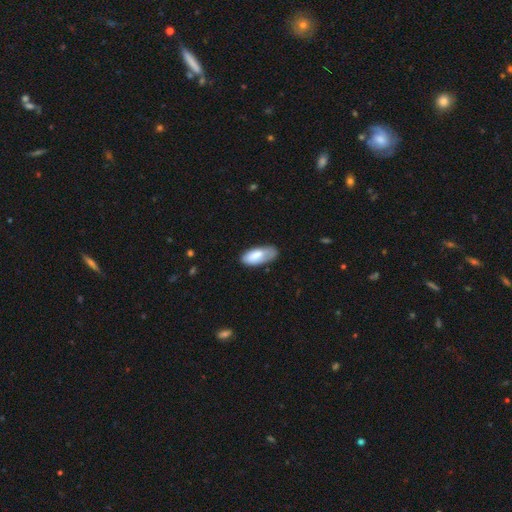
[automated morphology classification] Smooth or featured? smooth (77%)
How rounded? in between (85%)
Merging? none (56%)